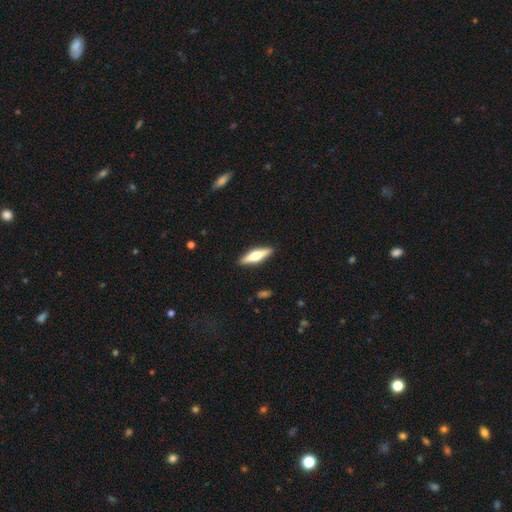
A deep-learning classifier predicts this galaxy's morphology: type=featured or disk (54%); edge-on=yes (95%); edge-on bulge=rounded (92%); merging=none (91%).